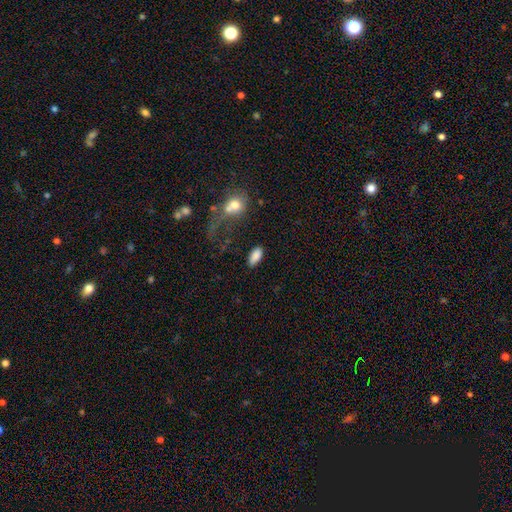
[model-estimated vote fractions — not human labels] Smooth or featured? Predicted: smooth (p=0.86). How rounded? Predicted: in between (p=0.89). Merging? Predicted: none (p=0.77).